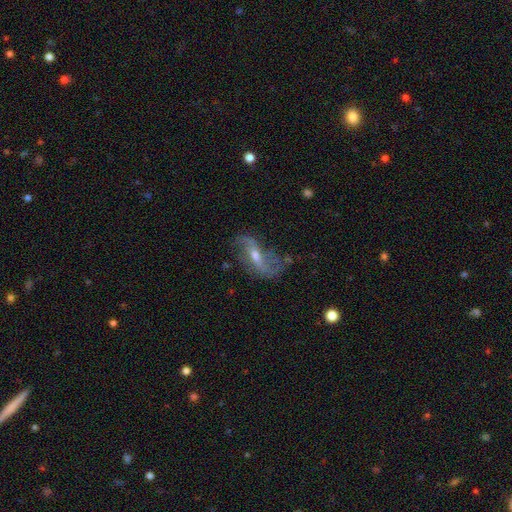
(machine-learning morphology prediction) smooth-or-featured: featured or disk: 79% | smooth: 13% | star or artifact: 8%
  disk-edge-on: no: 90% | yes: 10%
    bar: weak: 42% | no: 30% | strong: 28%
    has-spiral-arms: yes: 89% | no: 11%
      spiral-winding: loose: 82% | medium: 14% | tight: 5%
      spiral-arm-count: 2: 86% | can't tell: 6% | 1: 4% | 3: 2% | 4: 1% | more than 4: 1%
    bulge-size: moderate: 51% | small: 43% | large: 3% | none: 2% | dominant: 1%
  merging: none: 55% | minor disturbance: 23% | major disturbance: 18% | merger: 4%